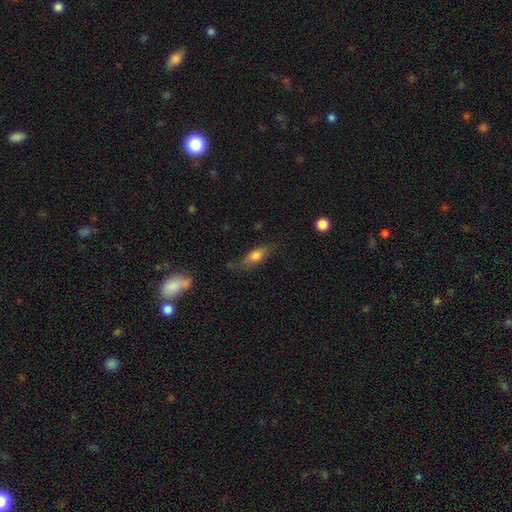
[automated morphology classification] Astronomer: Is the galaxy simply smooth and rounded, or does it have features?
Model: smooth — 67%.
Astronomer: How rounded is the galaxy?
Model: in between — 66%.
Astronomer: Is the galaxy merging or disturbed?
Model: none — 65%.